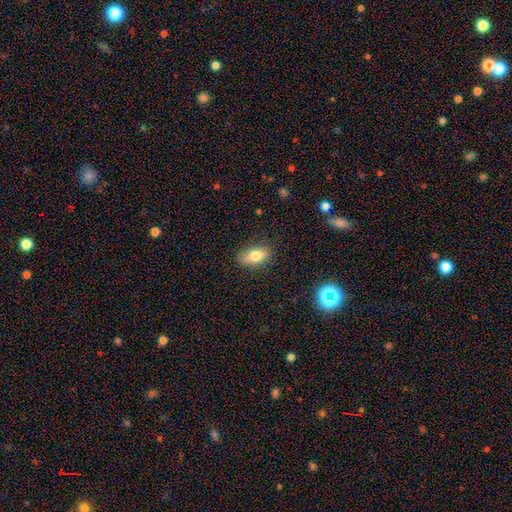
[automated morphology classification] smooth-or-featured: smooth: 77% | featured or disk: 14% | star or artifact: 10%
  how-rounded: in between: 85% | round: 8% | cigar-shaped: 7%
  merging: none: 81% | minor disturbance: 15% | major disturbance: 3% | merger: 1%